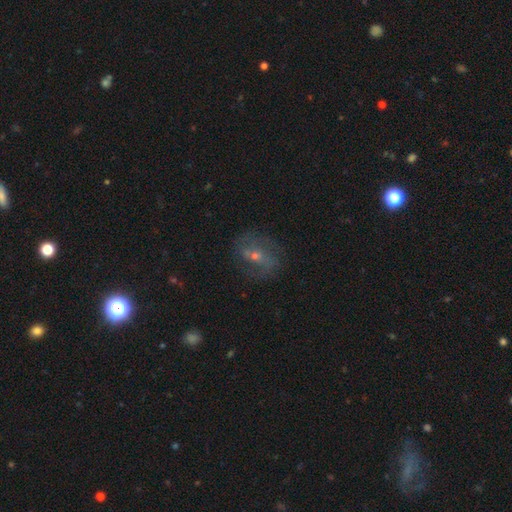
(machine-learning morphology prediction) Q: Smooth or featured?
A: featured or disk (64%); runner-up: smooth (21%)
Q: Edge-on disk?
A: no (93%); runner-up: yes (7%)
Q: Bar?
A: weak (41%); runner-up: no (35%)
Q: Spiral arms?
A: yes (74%); runner-up: no (26%)
Q: Bulge size?
A: small (56%); runner-up: moderate (39%)
Q: Merging?
A: none (72%); runner-up: minor disturbance (17%)